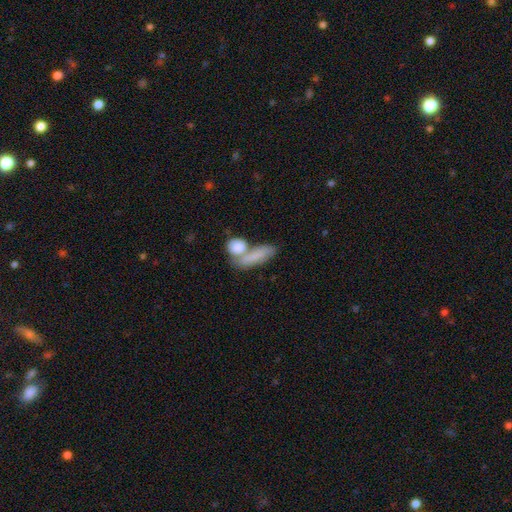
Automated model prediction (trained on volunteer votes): A smooth galaxy with no disk features (76%) that is in between round and cigar-shaped (48%). Merging: merger (45%).